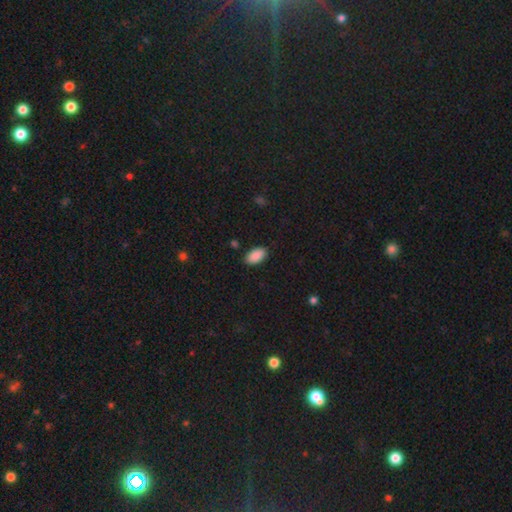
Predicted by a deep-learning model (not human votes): A smooth galaxy with no disk features (90%) that is in between round and cigar-shaped (95%).

Vote fractions:
- Smooth or featured? smooth: 90% / star or artifact: 7% / featured or disk: 3%
- How rounded? in between: 95% / round: 3% / cigar-shaped: 2%
- Merging? none: 87% / minor disturbance: 9% / major disturbance: 2% / merger: 1%